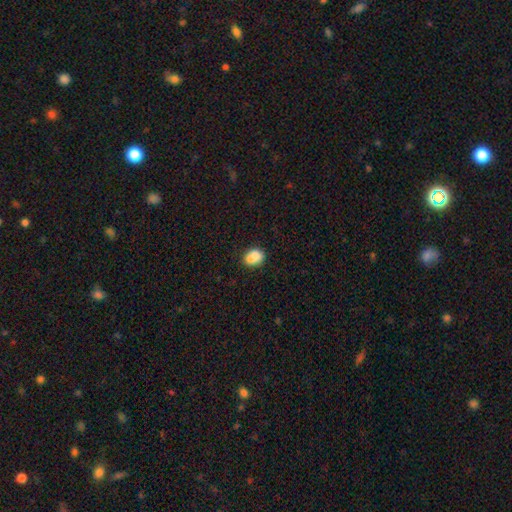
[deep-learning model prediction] This is clearly a smooth galaxy (84%). How rounded: likely in between (65%). Merging: likely none (65%).